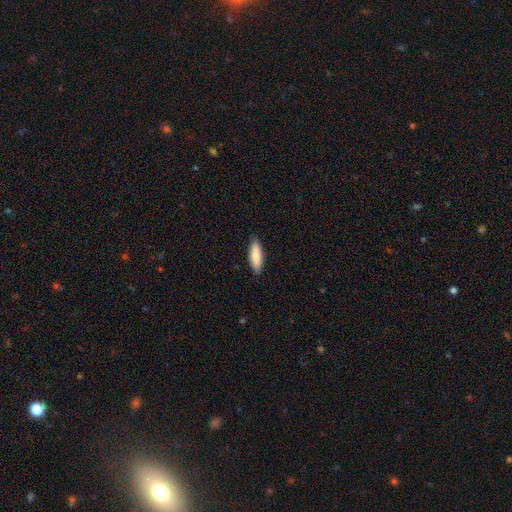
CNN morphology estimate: Q: Smooth or featured?
A: smooth (86%); runner-up: featured or disk (8%)
Q: How rounded?
A: in between (51%); runner-up: cigar-shaped (48%)
Q: Merging?
A: none (87%); runner-up: minor disturbance (10%)